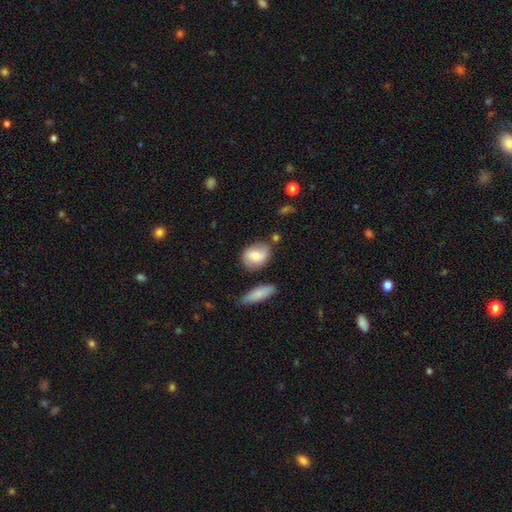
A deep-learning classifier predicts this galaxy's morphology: This is likely a smooth galaxy (69%). How rounded: possibly in between (58%). Merging: likely none (69%).